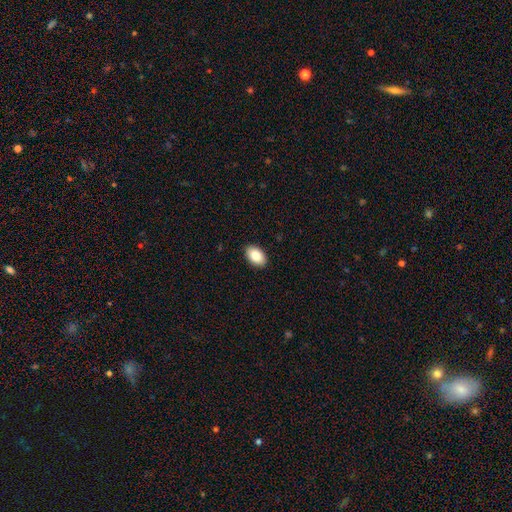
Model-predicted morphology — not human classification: Smooth or featured: smooth — 86% (star or artifact — 7%)
How rounded: in between — 91% (round — 7%)
Merging: none — 91% (minor disturbance — 7%)